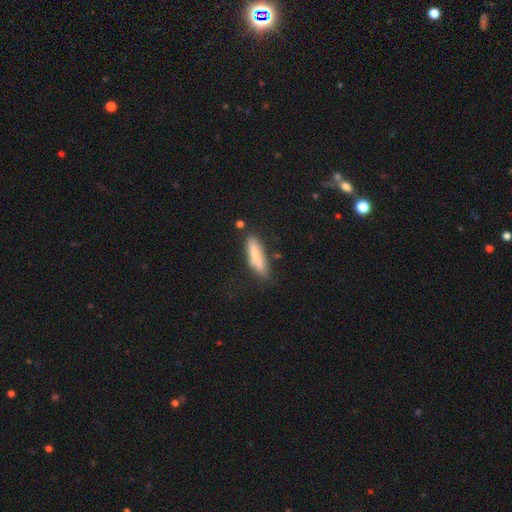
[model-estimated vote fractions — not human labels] Overall: smooth (75%). How rounded: cigar-shaped (74%). Merging: none (72%).